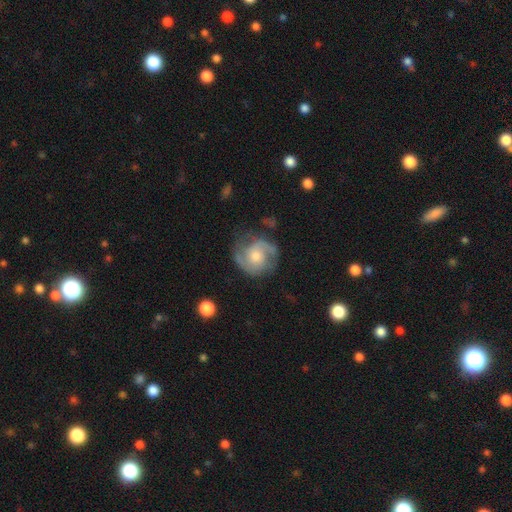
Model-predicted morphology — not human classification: Smooth or featured?
  - featured or disk: 77% *
  - smooth: 17%
  - star or artifact: 6%
Edge-on disk?
  - no: 98% *
  - yes: 2%
Bar?
  - no: 67% *
  - weak: 29%
  - strong: 5%
Spiral arms?
  - yes: 93% *
  - no: 7%
Spiral winding?
  - medium: 49% *
  - tight: 33%
  - loose: 18%
Spiral arm count?
  - 2: 80% *
  - can't tell: 9%
  - 3: 5%
  - 1: 3%
  - 4: 2%
  - more than 4: 2%
Bulge size?
  - moderate: 57% *
  - small: 30%
  - large: 8%
  - none: 3%
  - dominant: 1%
Merging?
  - none: 69% *
  - minor disturbance: 20%
  - major disturbance: 9%
  - merger: 2%